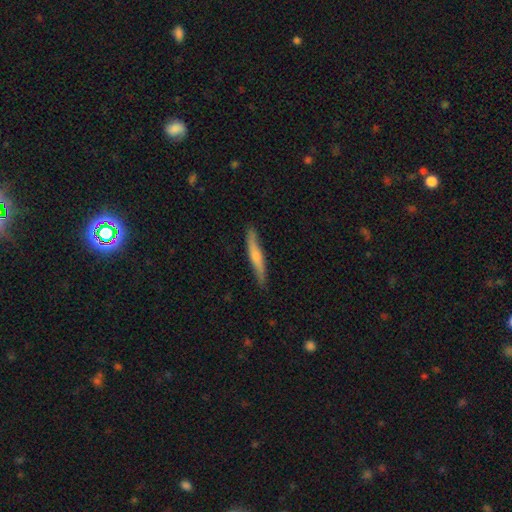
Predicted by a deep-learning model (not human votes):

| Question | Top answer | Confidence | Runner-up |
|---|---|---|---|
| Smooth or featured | featured or disk | 60% | smooth (29%) |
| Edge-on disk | yes | 94% | no (6%) |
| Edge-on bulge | rounded | 77% | none (17%) |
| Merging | none | 88% | minor disturbance (9%) |